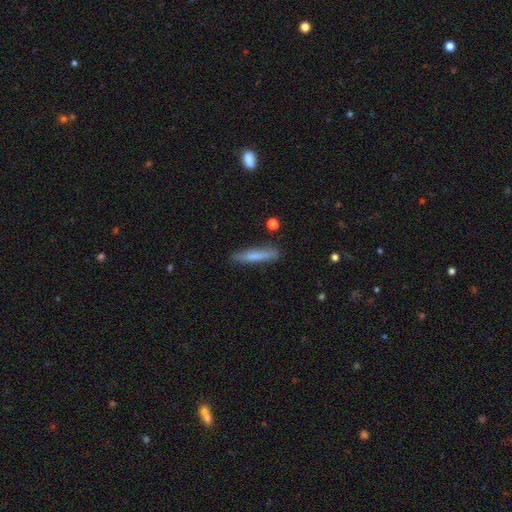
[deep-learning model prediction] A smooth galaxy with no disk features (69%) that is cigar-shaped (91%).

Vote fractions:
- Smooth or featured? smooth: 69% / featured or disk: 24% / star or artifact: 6%
- How rounded? cigar-shaped: 91% / in between: 7% / round: 1%
- Merging? none: 84% / minor disturbance: 12% / major disturbance: 2% / merger: 2%